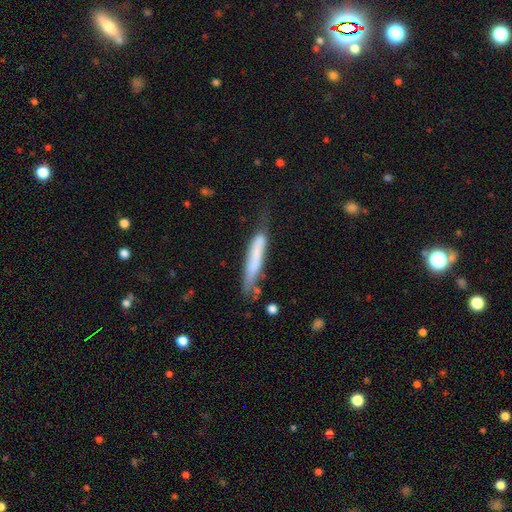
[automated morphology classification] Smooth or featured? Predicted: smooth (p=0.61). How rounded? Predicted: cigar-shaped (p=0.91). Merging? Predicted: none (p=0.49).